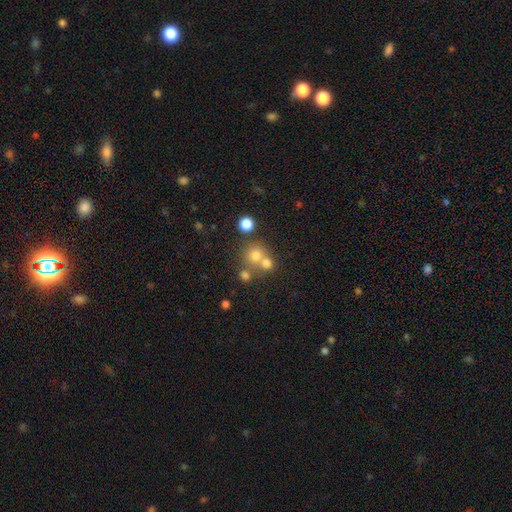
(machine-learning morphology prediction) Smooth or featured?
  - smooth: 69% *
  - star or artifact: 18%
  - featured or disk: 14%
How rounded?
  - round: 88% *
  - in between: 11%
  - cigar-shaped: 1%
Merging?
  - none: 51% *
  - merger: 38%
  - minor disturbance: 7%
  - major disturbance: 4%